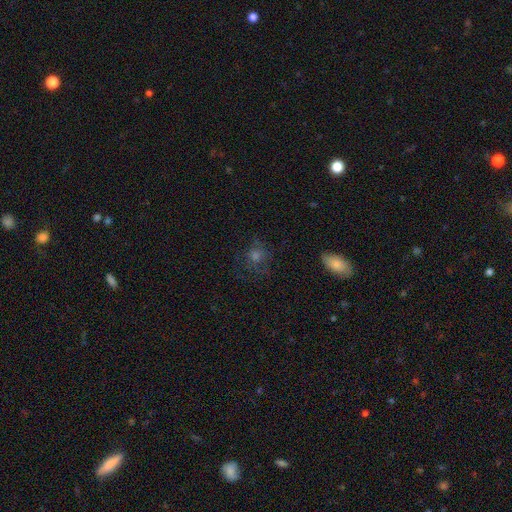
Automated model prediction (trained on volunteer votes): This is possibly a smooth galaxy (47%). Merging: likely none (72%).